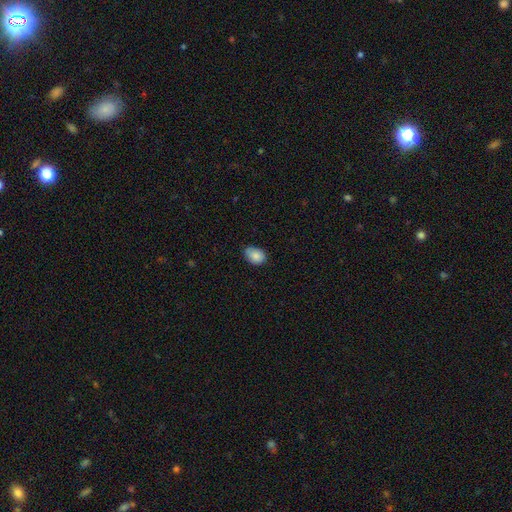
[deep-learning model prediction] Overall: smooth (84%). How rounded: in between (75%). Merging: none (70%).